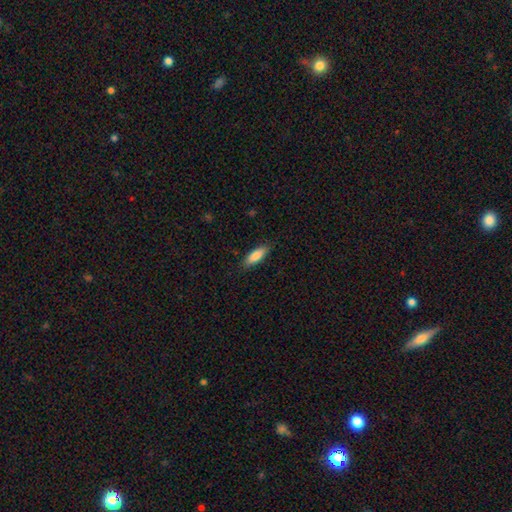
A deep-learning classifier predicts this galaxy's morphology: smooth-or-featured: smooth: 85% | featured or disk: 9% | star or artifact: 6%
  how-rounded: in between: 57% | cigar-shaped: 41% | round: 2%
  merging: none: 86% | minor disturbance: 11% | major disturbance: 2% | merger: 1%